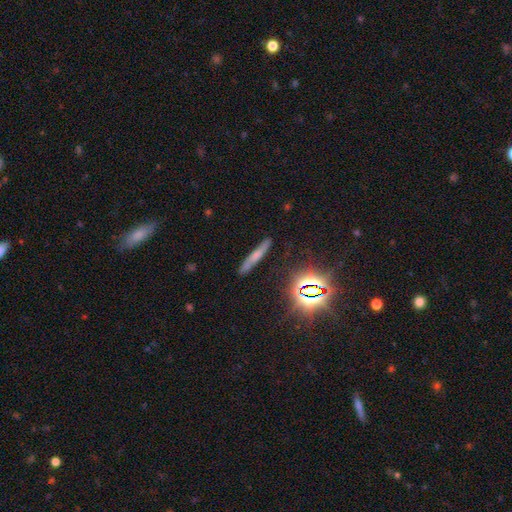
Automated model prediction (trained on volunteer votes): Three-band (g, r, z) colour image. It shows a smooth galaxy with no disk features (50%) that is cigar-shaped (90%). Merging: none (82%).